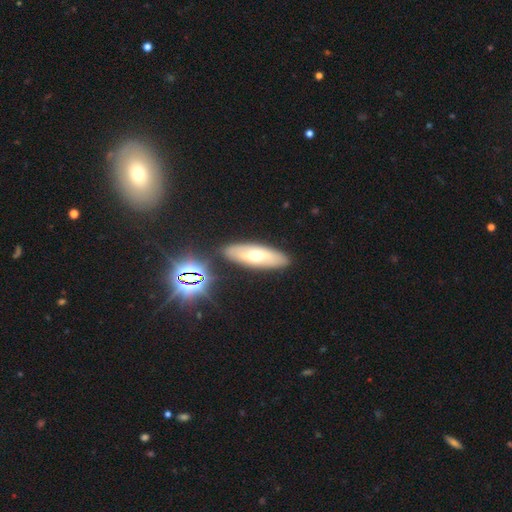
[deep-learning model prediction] Morphology: type=featured or disk (50%); merging=none (85%).